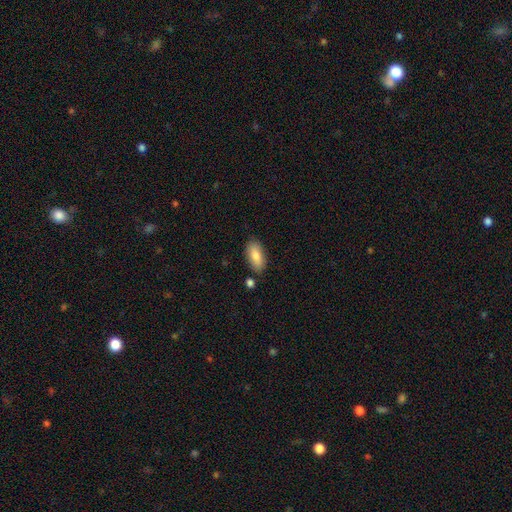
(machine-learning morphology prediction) smooth-or-featured: smooth: 84% | featured or disk: 10% | star or artifact: 6%
  how-rounded: in between: 88% | cigar-shaped: 9% | round: 2%
  merging: none: 82% | minor disturbance: 11% | merger: 4% | major disturbance: 2%